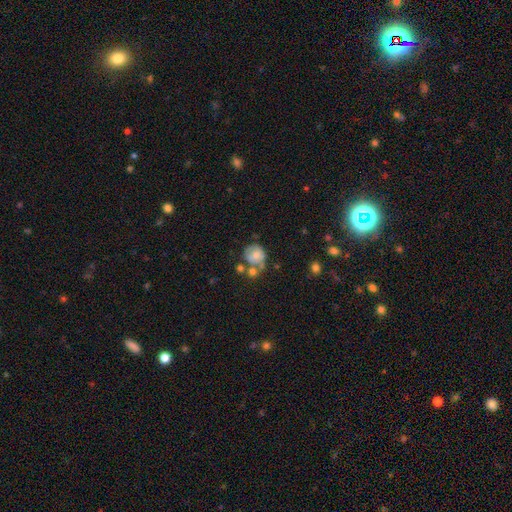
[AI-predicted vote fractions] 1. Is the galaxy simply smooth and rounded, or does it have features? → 59% smooth, 31% featured or disk, 9% star or artifact.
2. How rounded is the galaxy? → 79% round, 20% in between, 1% cigar-shaped.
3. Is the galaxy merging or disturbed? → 43% none, 26% merger, 21% minor disturbance, 10% major disturbance.